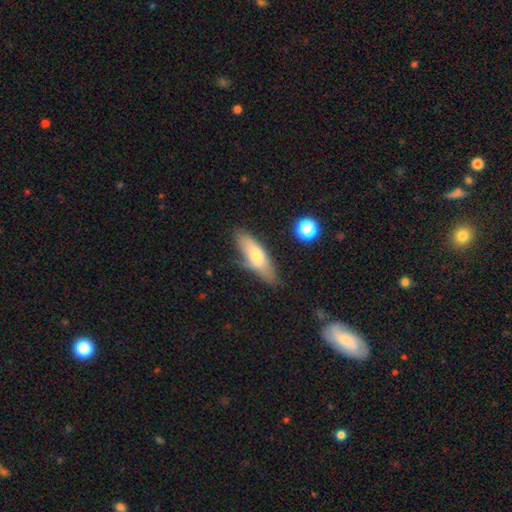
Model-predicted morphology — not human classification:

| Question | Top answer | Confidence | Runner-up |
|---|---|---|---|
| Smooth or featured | smooth | 64% | featured or disk (29%) |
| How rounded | in between | 56% | cigar-shaped (42%) |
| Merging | none | 68% | minor disturbance (23%) |